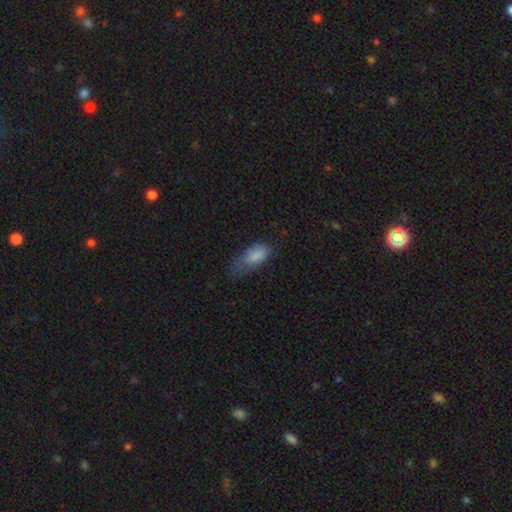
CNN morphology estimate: type=smooth (78%); roundness=in between (87%); merging=minor disturbance (39%).